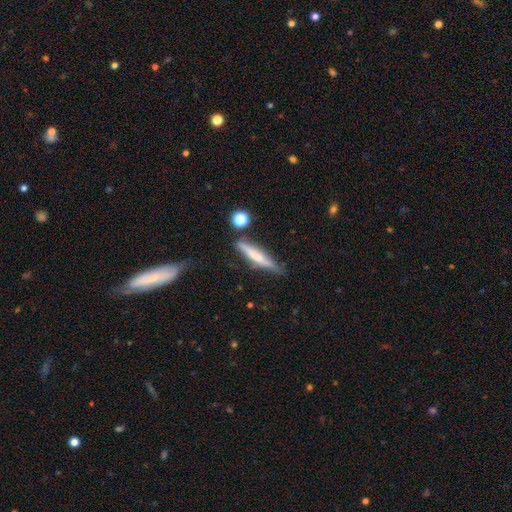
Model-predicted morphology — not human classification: Q: Smooth or featured?
A: smooth (52%); runner-up: featured or disk (40%)
Q: How rounded?
A: cigar-shaped (90%); runner-up: in between (8%)
Q: Merging?
A: none (70%); runner-up: minor disturbance (20%)